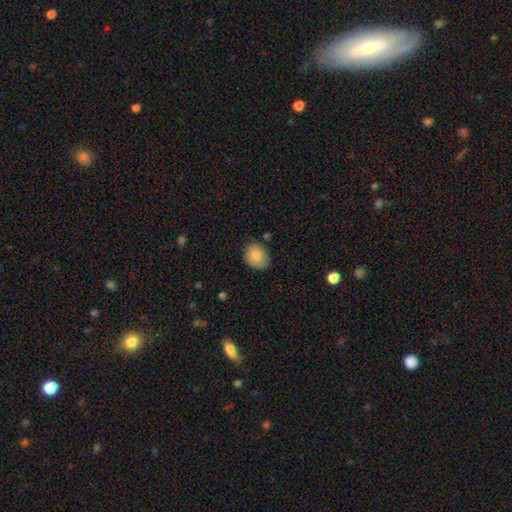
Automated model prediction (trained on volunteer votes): Smooth or featured? smooth (84%)
How rounded? in between (56%)
Merging? none (76%)